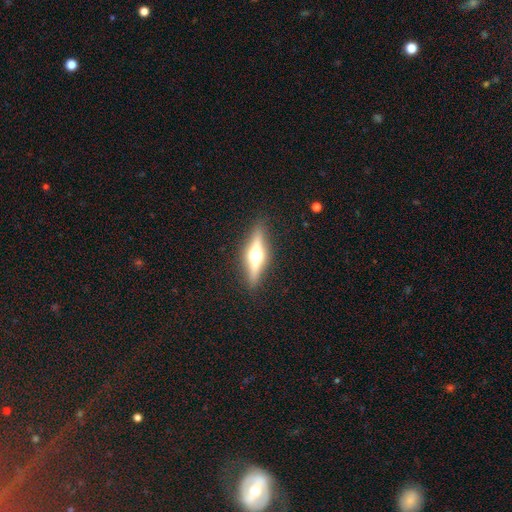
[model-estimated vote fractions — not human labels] The model was most divided on "smooth or featured": featured or disk: 72%, smooth: 21%, star or artifact: 7%. More confident: edge-on disk — yes (96%); edge-on bulge — rounded (96%); merging — none (89%).